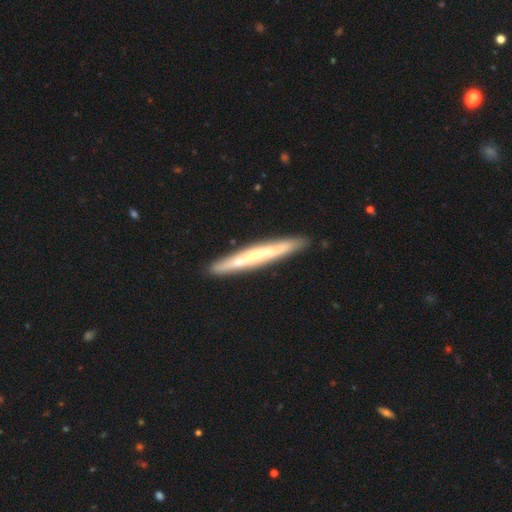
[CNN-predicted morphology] smooth-or-featured: featured or disk: 50% | smooth: 44% | star or artifact: 6%
  merging: none: 88% | minor disturbance: 9% | major disturbance: 2% | merger: 1%